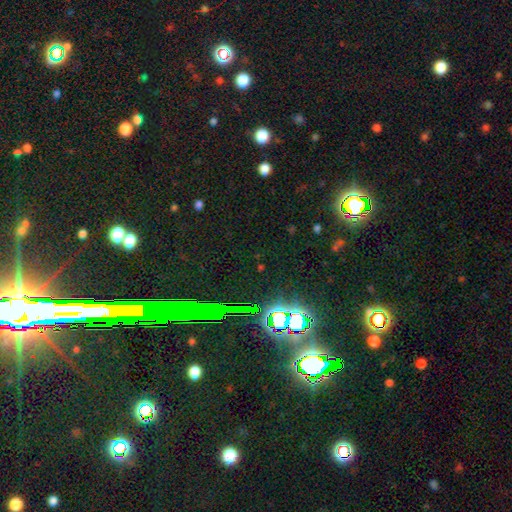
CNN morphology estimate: The model was most divided on "smooth or featured": star or artifact: 79%, featured or disk: 11%, smooth: 10%.